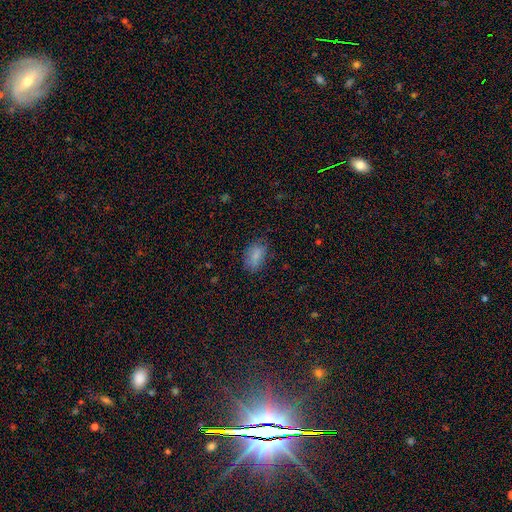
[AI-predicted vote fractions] Smooth or featured: smooth — 79% (star or artifact — 10%)
How rounded: in between — 88% (round — 9%)
Merging: none — 75% (minor disturbance — 18%)